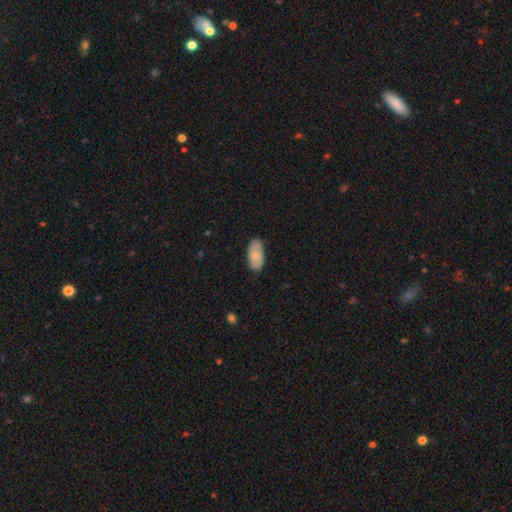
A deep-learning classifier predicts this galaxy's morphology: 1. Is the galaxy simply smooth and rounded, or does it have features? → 77% smooth, 16% featured or disk, 6% star or artifact.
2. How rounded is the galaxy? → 93% in between, 4% cigar-shaped, 3% round.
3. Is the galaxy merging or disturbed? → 77% none, 19% minor disturbance, 3% major disturbance, 1% merger.